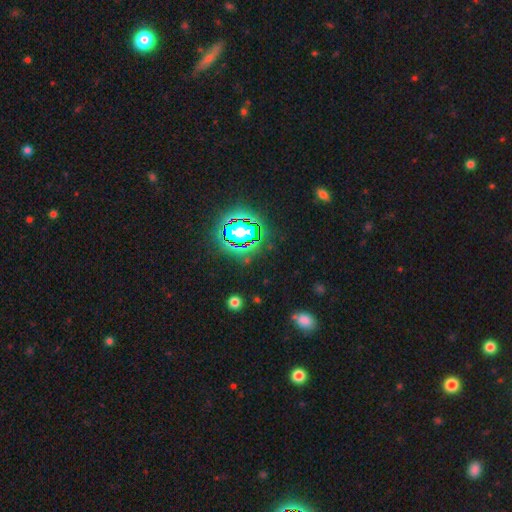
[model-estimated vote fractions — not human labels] Smooth or featured? star or artifact (80%)